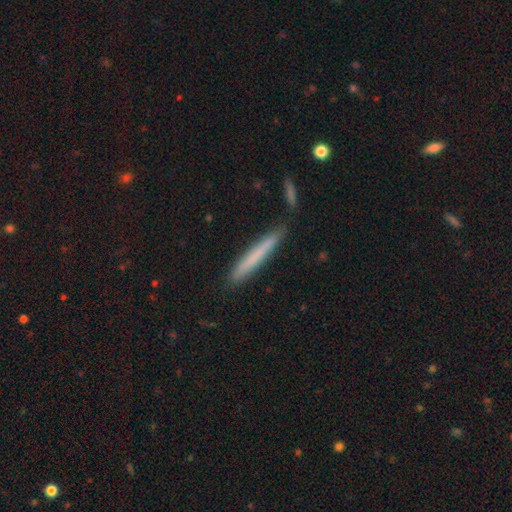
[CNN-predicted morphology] Smooth or featured? smooth (71%)
How rounded? cigar-shaped (96%)
Merging? none (84%)